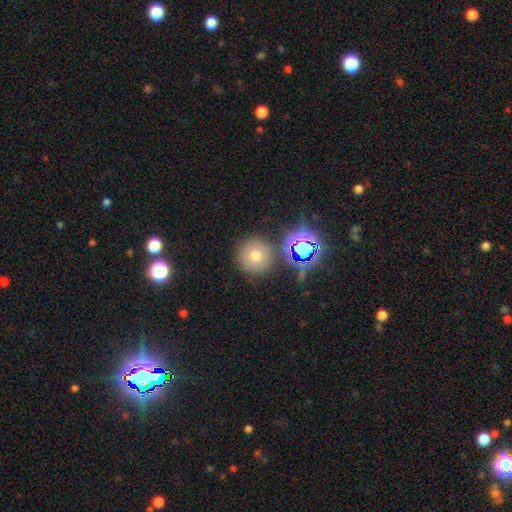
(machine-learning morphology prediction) This appears to be a smooth galaxy with no disk features (62%) that is round (95%). Merging: none (84%).